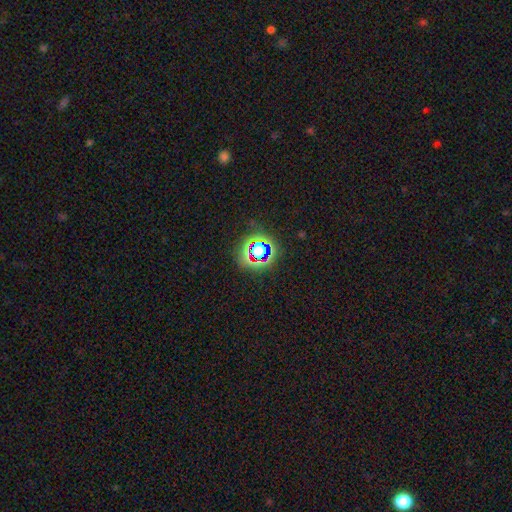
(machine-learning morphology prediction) Smooth or featured? Predicted: star or artifact (p=0.63).